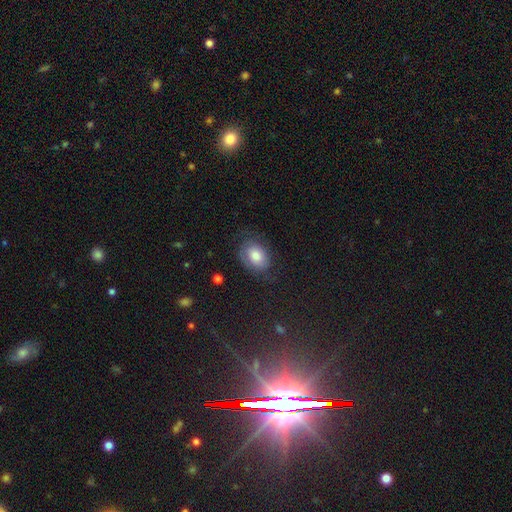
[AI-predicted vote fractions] Morphology: type=smooth (61%); roundness=in between (76%); merging=none (65%).